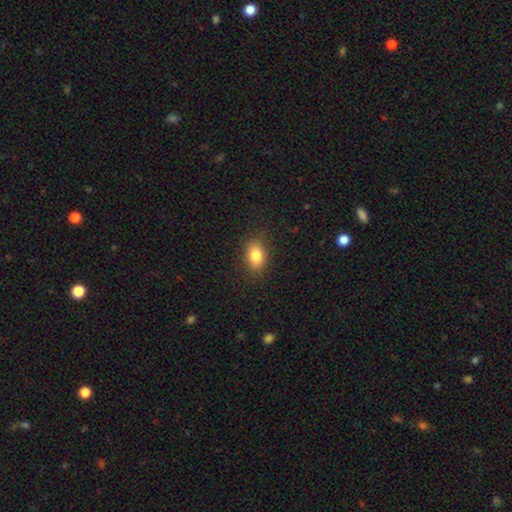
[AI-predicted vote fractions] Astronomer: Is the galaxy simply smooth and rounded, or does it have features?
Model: smooth — 83%.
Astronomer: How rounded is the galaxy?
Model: in between — 80%.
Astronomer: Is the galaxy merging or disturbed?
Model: none — 87%.